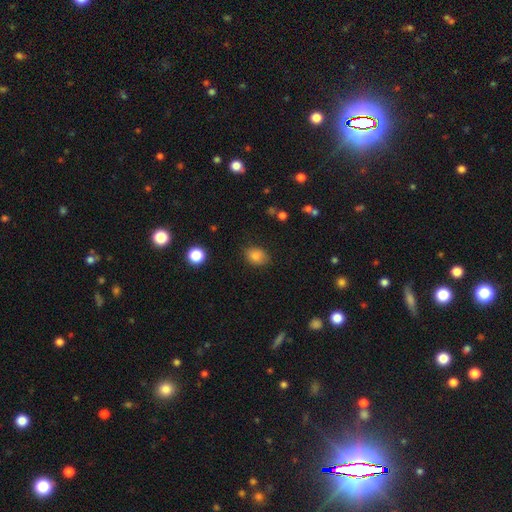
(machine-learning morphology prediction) smooth_or_featured: smooth (p=0.82) [alt: star or artifact p=0.11]
how_rounded: in between (p=0.64) [alt: round p=0.35]
merging: none (p=0.80) [alt: minor disturbance p=0.15]